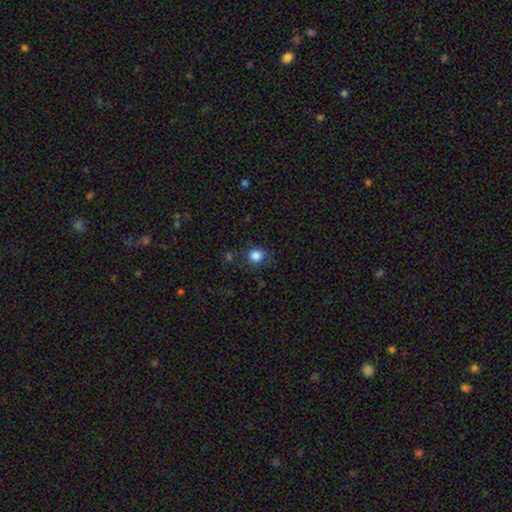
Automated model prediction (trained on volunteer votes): smooth-or-featured: smooth: 85% | star or artifact: 11% | featured or disk: 4%
  how-rounded: round: 68% | in between: 31% | cigar-shaped: 1%
  merging: none: 74% | minor disturbance: 17% | major disturbance: 6% | merger: 3%